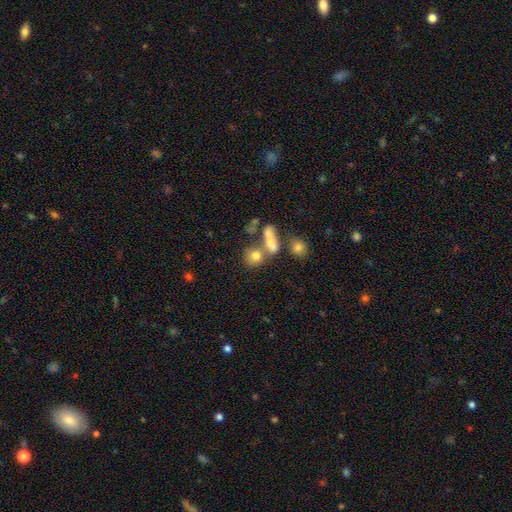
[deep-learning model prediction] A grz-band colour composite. It shows a smooth galaxy with no disk features (76%) that is round (67%). Merging: none (47%).